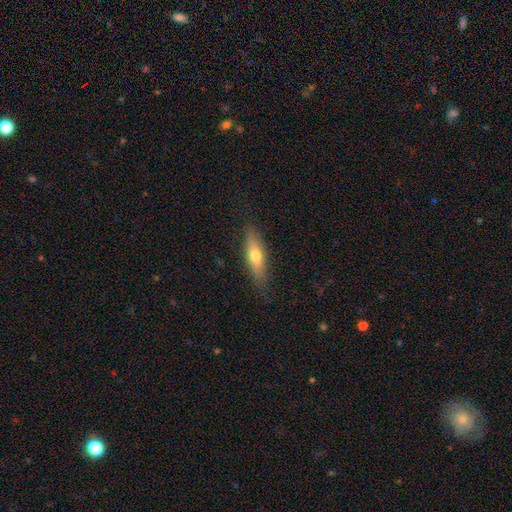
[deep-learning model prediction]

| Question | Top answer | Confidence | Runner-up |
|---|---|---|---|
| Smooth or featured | smooth | 61% | featured or disk (32%) |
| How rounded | cigar-shaped | 55% | in between (42%) |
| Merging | none | 82% | minor disturbance (14%) |